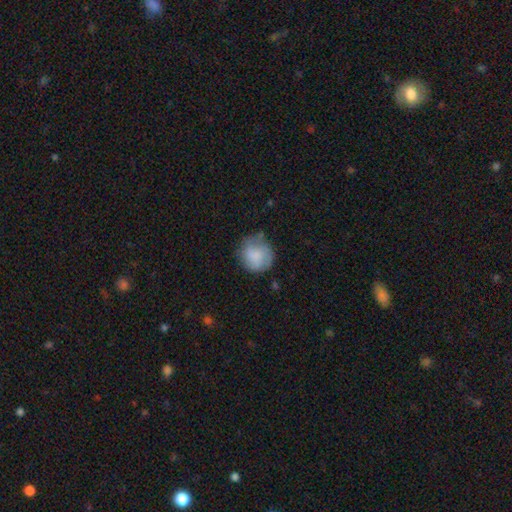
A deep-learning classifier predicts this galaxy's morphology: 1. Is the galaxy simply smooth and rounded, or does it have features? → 71% smooth, 23% featured or disk, 7% star or artifact.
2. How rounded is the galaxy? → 88% round, 11% in between, 1% cigar-shaped.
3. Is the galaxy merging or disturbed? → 60% none, 28% minor disturbance, 10% major disturbance, 3% merger.